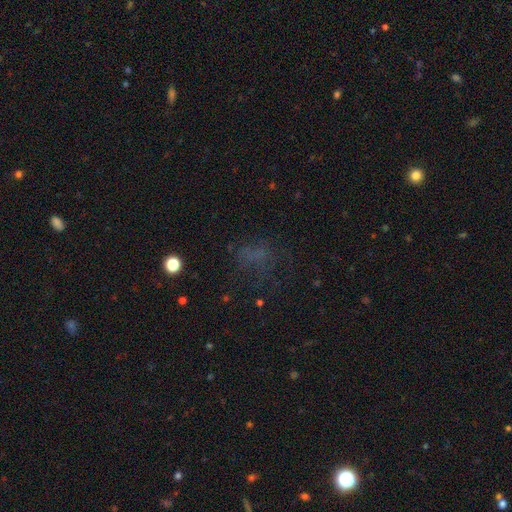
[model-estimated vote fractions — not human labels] Morphology: type=smooth (41%); merging=none (53%).